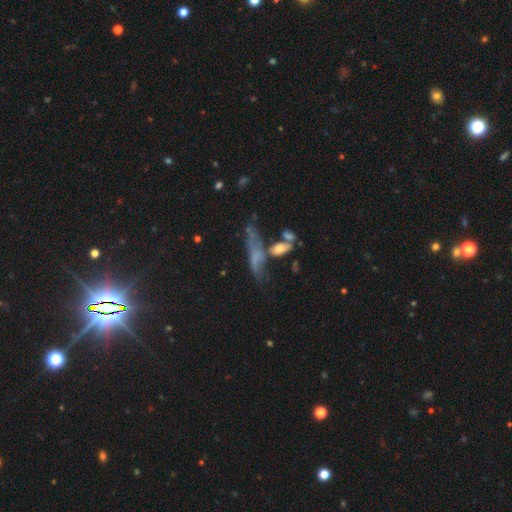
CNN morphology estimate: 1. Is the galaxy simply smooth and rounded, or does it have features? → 43% featured or disk, 42% smooth, 15% star or artifact.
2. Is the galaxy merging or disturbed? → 31% none, 27% merger, 23% major disturbance, 19% minor disturbance.